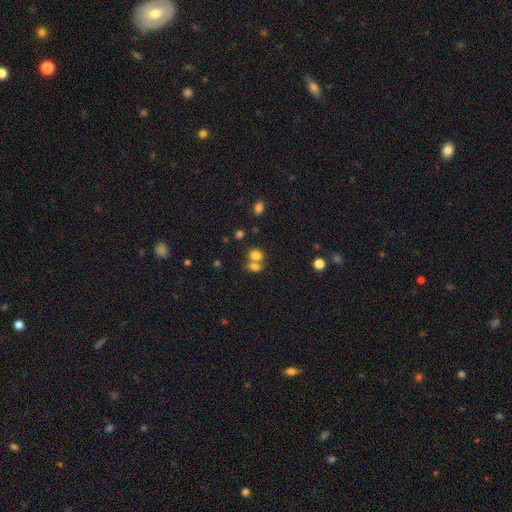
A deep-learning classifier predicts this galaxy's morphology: This is likely a smooth galaxy (78%). How rounded: possibly in between (54%). Merging: possibly merger (48%).